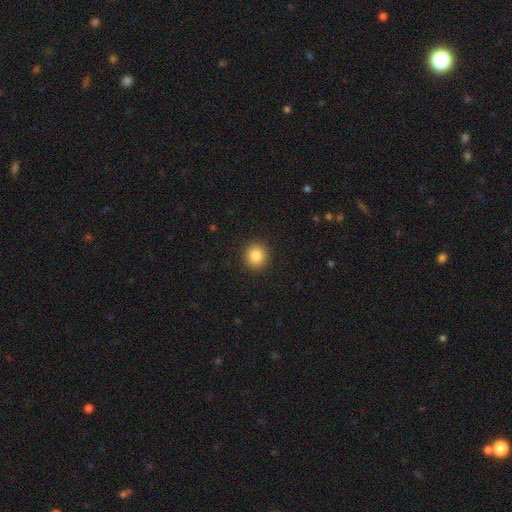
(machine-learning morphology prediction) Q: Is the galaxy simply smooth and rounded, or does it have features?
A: smooth — 85%.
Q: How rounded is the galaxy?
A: round — 89%.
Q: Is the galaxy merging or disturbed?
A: none — 92%.